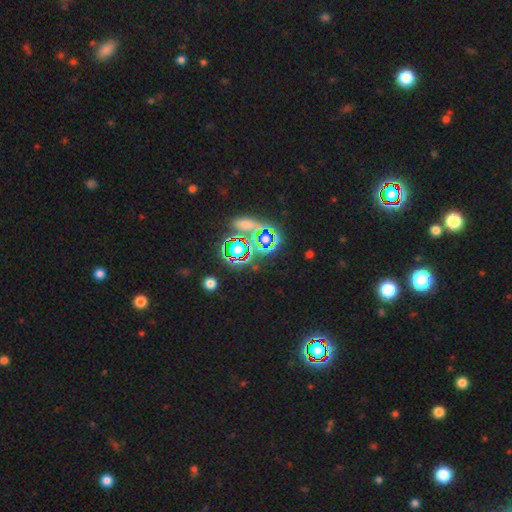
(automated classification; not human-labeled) Smooth or featured? Predicted: star or artifact (p=0.73).